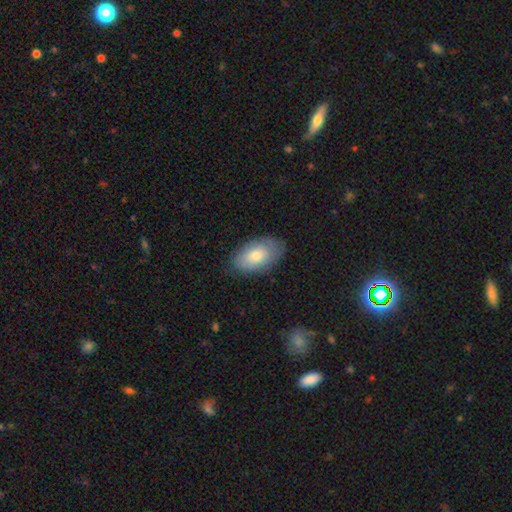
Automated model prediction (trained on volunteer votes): smooth_or_featured: smooth (p=0.72) [alt: featured or disk p=0.22]
how_rounded: in between (p=0.94) [alt: round p=0.04]
merging: none (p=0.79) [alt: minor disturbance p=0.17]